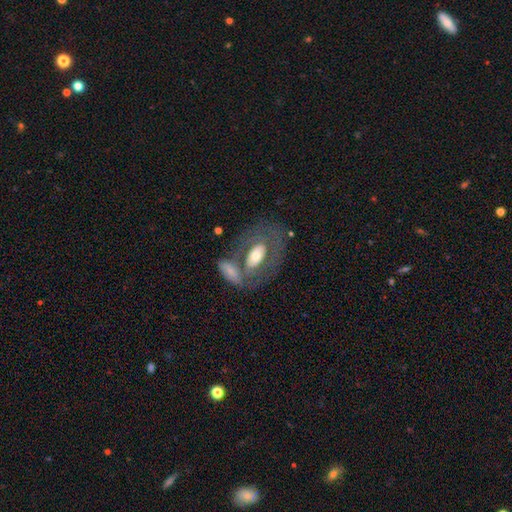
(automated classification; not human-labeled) Morphology: type=featured or disk (51%); edge-on=no (88%); merging=none (46%).